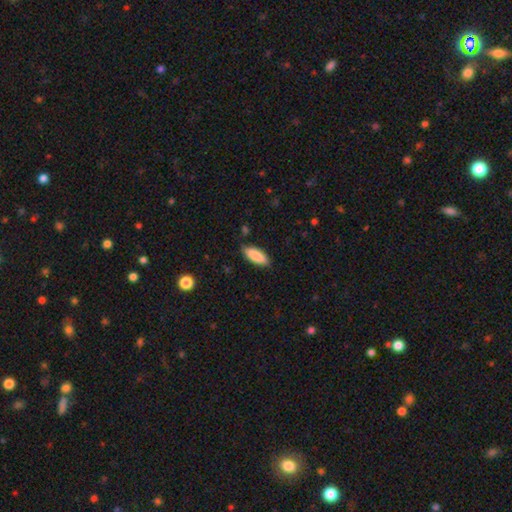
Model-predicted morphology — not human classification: smooth 85%, featured or disk 8%, star or artifact 6%. Down the decision tree: how rounded — in between (73%); merging — none (82%).